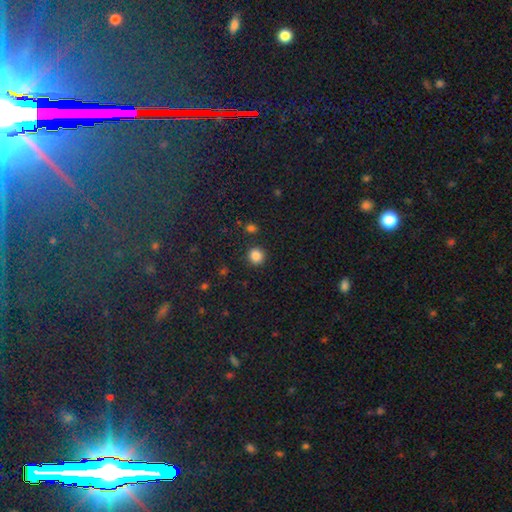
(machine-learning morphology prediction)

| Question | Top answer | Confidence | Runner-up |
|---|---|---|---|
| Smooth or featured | smooth | 85% | star or artifact (11%) |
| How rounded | round | 90% | in between (9%) |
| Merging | none | 88% | minor disturbance (7%) |